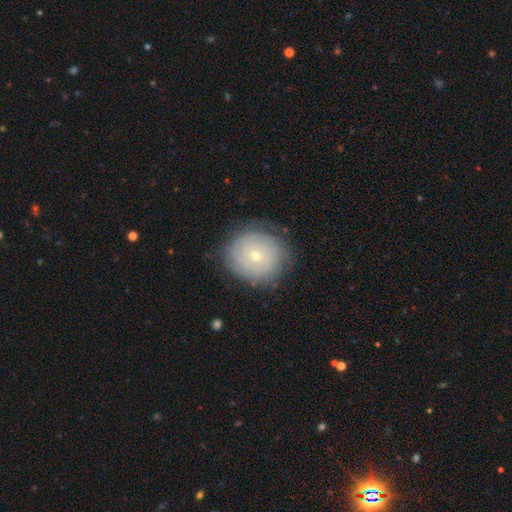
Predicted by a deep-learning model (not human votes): Overall: featured or disk (53%; smooth 38%). Edge-on disk: no (97%). Bar: no (83%). Spiral arms: yes (70%). Bulge size: small (68%; moderate 29%). Merging: none (79%).